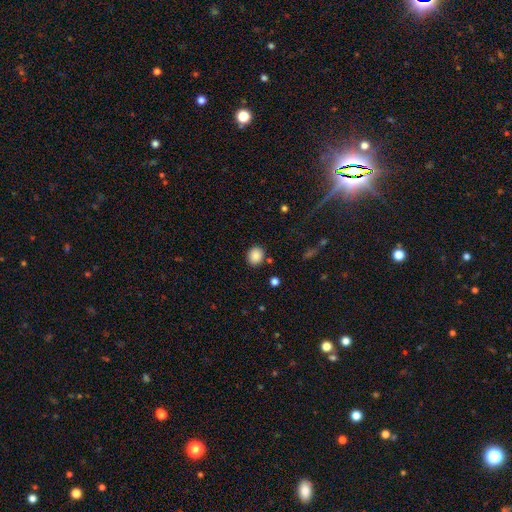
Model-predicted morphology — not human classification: The model was most divided on "how rounded": round: 70%, in between: 29%, cigar-shaped: 1%. More confident: smooth or featured — smooth (87%); merging — none (86%).